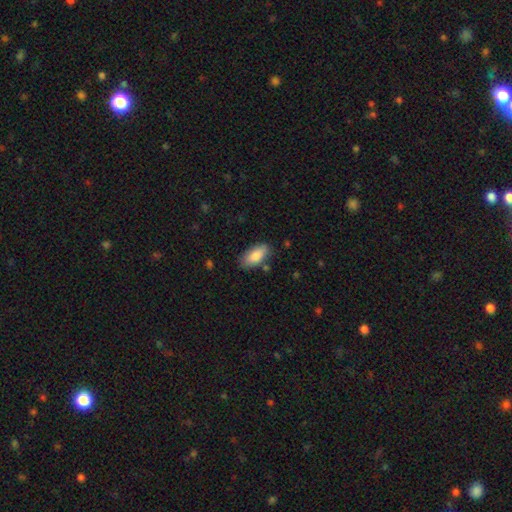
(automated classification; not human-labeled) This is clearly a smooth galaxy (85%). How rounded: clearly in between (90%). Merging: clearly none (80%).